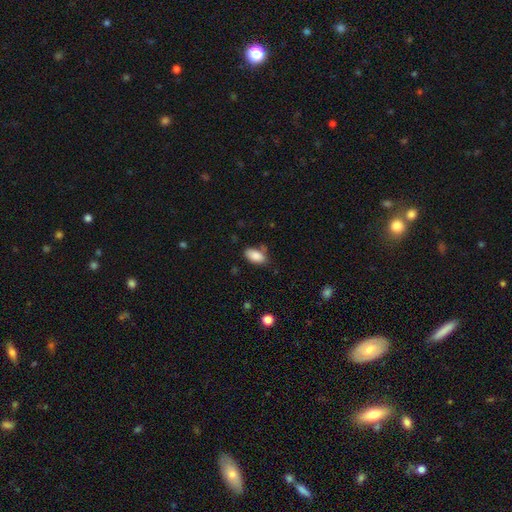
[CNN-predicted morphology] The model was most divided on "merging": none: 70%, minor disturbance: 20%, merger: 5%, major disturbance: 4%. More confident: how rounded — in between (92%); smooth or featured — smooth (86%).